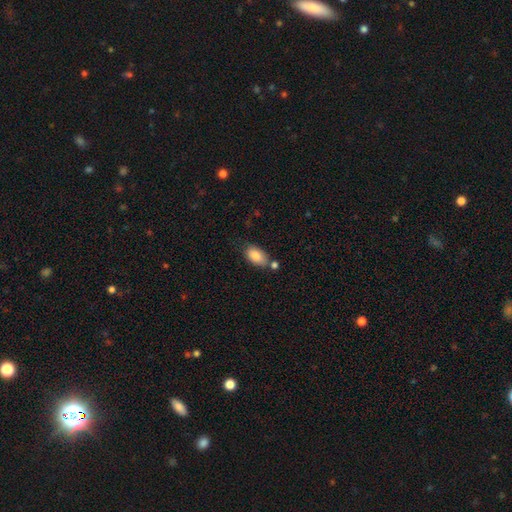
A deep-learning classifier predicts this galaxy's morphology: This is clearly a smooth galaxy (85%). How rounded: clearly in between (92%). Merging: likely none (62%).